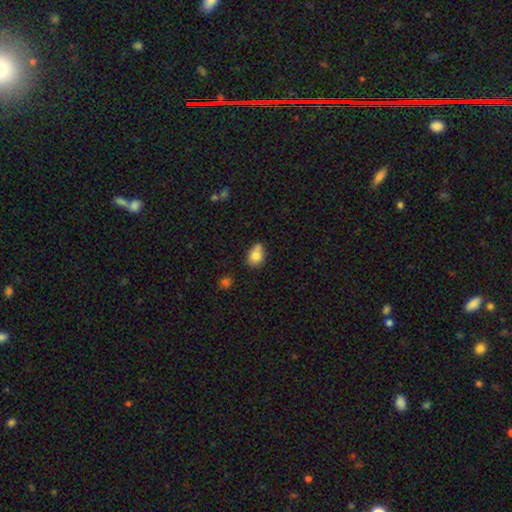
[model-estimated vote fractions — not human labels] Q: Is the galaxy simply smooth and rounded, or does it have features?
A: smooth — 78%.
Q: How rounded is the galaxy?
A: in between — 63%.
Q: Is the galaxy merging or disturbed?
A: none — 47%.